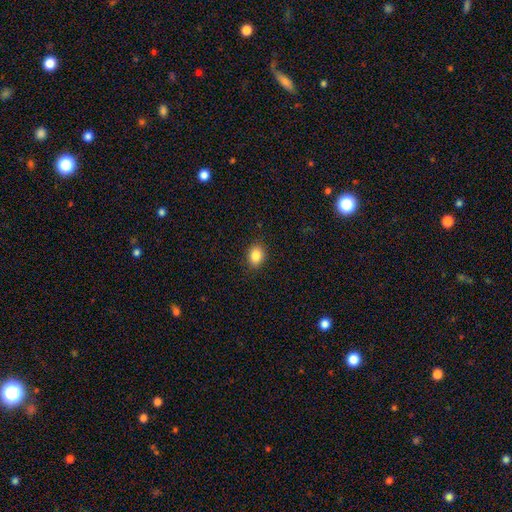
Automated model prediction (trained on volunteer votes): smooth 85%, star or artifact 9%, featured or disk 5%. Down the decision tree: how rounded — in between (59%); merging — none (89%).